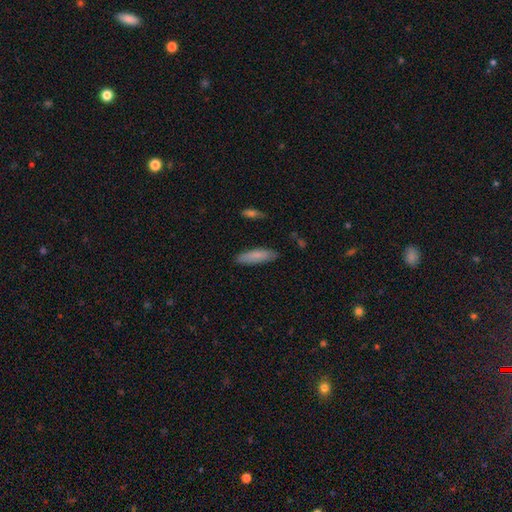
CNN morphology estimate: Overall: smooth (81%). How rounded: cigar-shaped (61%; in between 38%). Merging: none (86%).